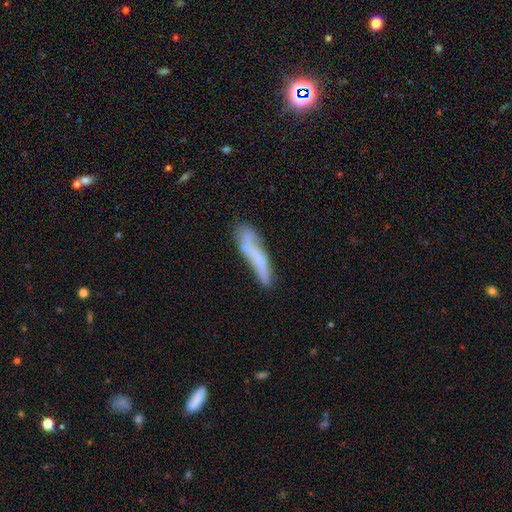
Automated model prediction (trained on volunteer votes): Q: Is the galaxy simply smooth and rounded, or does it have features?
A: smooth — 49%.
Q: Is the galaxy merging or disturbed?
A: none — 51%.